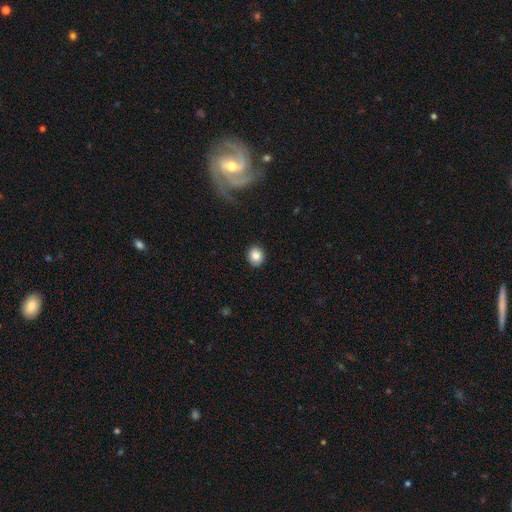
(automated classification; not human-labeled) The model was most divided on "how rounded": round: 70%, in between: 29%, cigar-shaped: 1%. More confident: merging — none (90%); smooth or featured — smooth (84%).